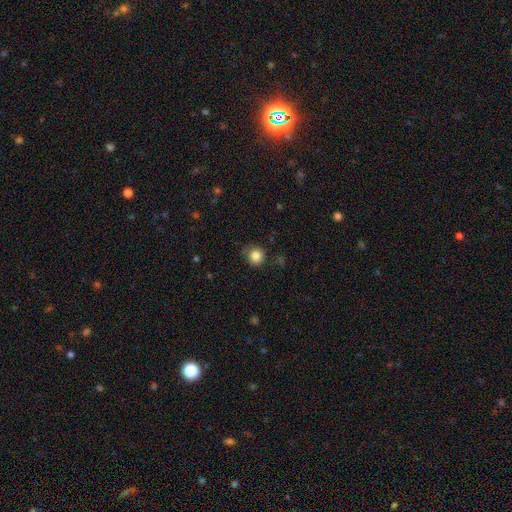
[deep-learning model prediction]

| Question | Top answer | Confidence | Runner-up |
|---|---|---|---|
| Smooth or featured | smooth | 85% | star or artifact (11%) |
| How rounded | round | 90% | in between (9%) |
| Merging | none | 80% | minor disturbance (15%) |